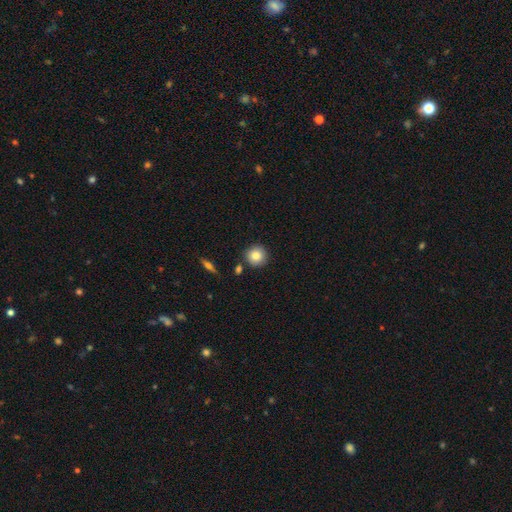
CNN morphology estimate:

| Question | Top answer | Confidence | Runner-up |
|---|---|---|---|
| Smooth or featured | smooth | 81% | featured or disk (10%) |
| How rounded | round | 94% | in between (5%) |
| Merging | none | 86% | minor disturbance (7%) |